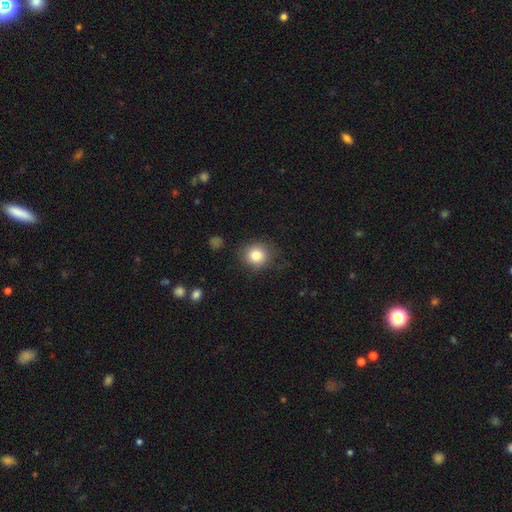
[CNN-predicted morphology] A smooth galaxy with no disk features (82%) that is round (86%). Merging: none (81%).